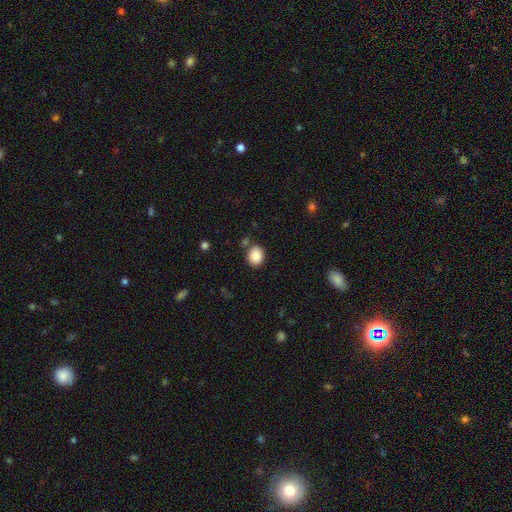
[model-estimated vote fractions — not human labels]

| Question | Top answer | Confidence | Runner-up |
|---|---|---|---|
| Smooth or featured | smooth | 87% | star or artifact (8%) |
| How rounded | round | 57% | in between (42%) |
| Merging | none | 79% | minor disturbance (11%) |